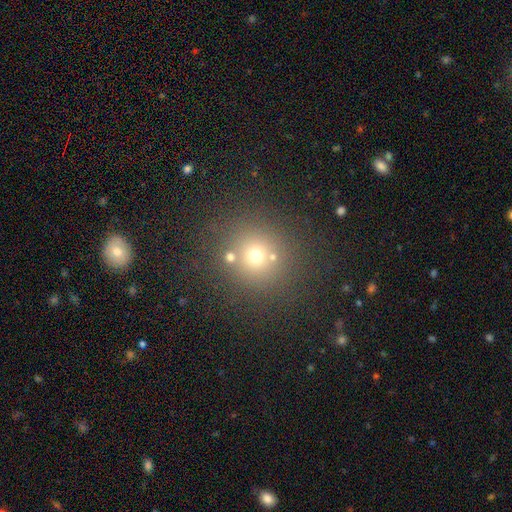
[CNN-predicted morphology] smooth 65%, star or artifact 24%, featured or disk 11%. Down the decision tree: how rounded — round (91%); merging — none (77%).